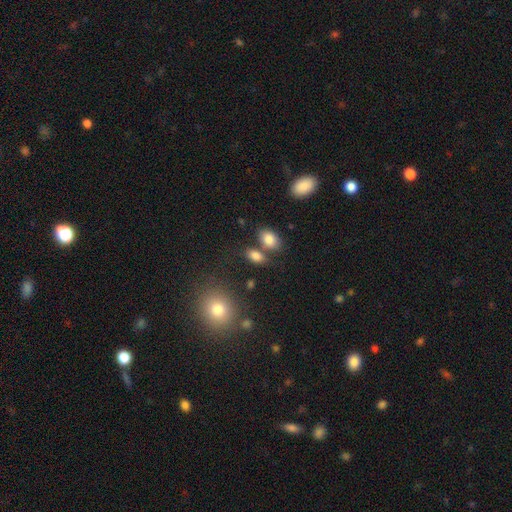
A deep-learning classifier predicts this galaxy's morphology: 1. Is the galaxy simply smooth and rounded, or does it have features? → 82% smooth, 10% star or artifact, 8% featured or disk.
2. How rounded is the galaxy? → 86% in between, 11% round, 2% cigar-shaped.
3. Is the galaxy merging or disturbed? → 61% none, 22% merger, 12% minor disturbance, 5% major disturbance.